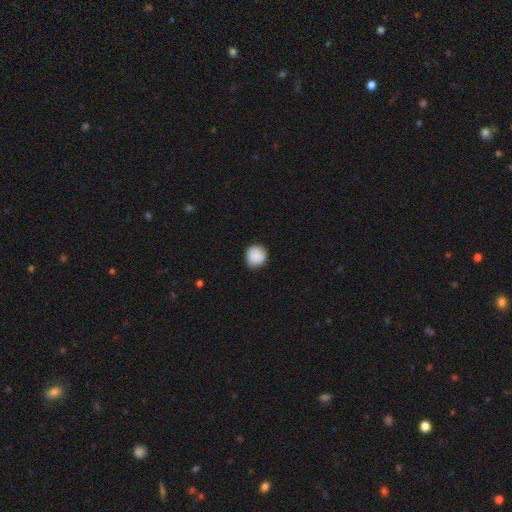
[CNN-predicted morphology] The model was most divided on "merging": none: 78%, minor disturbance: 18%, major disturbance: 3%, merger: 1%. More confident: how rounded — round (90%); smooth or featured — smooth (84%).